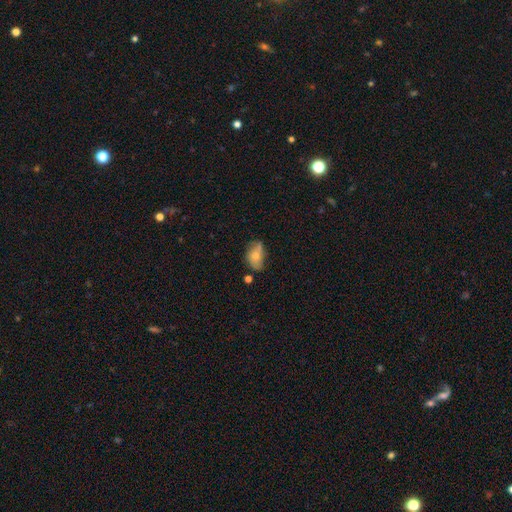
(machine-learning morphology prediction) type=smooth (64%); roundness=in between (85%); merging=none (45%).